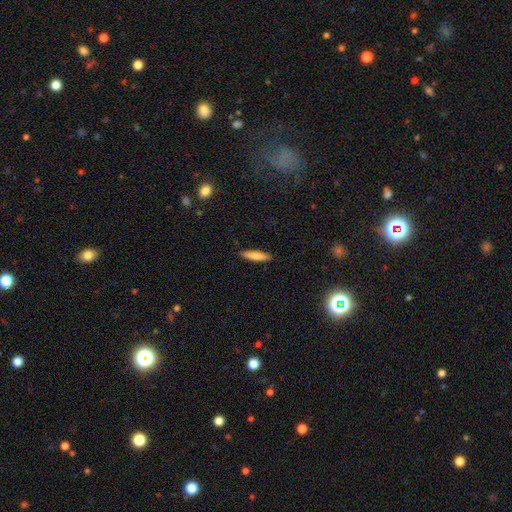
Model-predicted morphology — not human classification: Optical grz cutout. It shows a smooth galaxy with no disk features (73%) that is cigar-shaped (77%). Merging: none (88%).